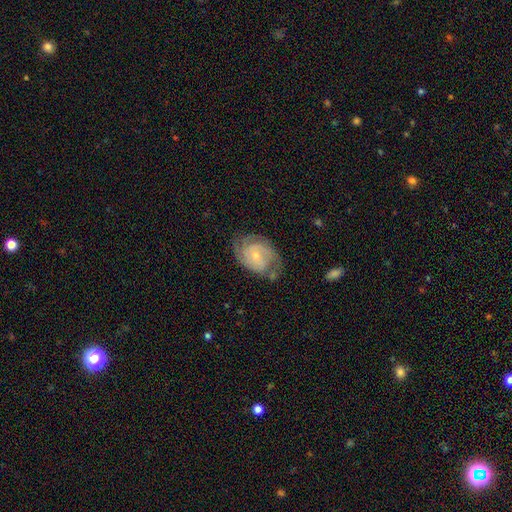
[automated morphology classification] Smooth or featured? featured or disk (77%)
Edge-on disk? no (97%)
Bar? no (55%)
Spiral arms? yes (93%)
Spiral winding? tight (51%)
Spiral arm count? 2 (47%)
Bulge size? small (66%)
Merging? none (63%)